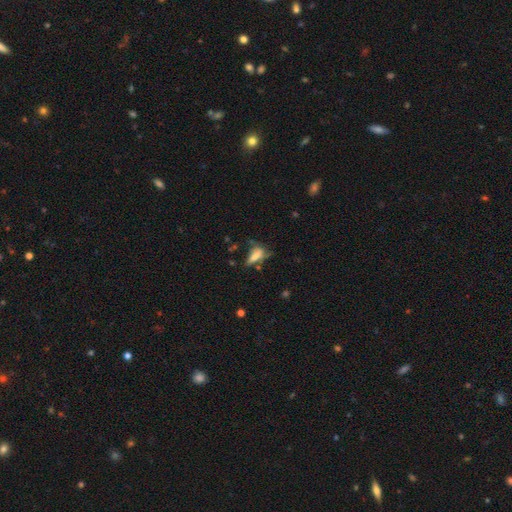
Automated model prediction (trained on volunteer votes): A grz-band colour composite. It shows a smooth galaxy with no disk features (60%) that is in between round and cigar-shaped (67%). Merging: none (35%).